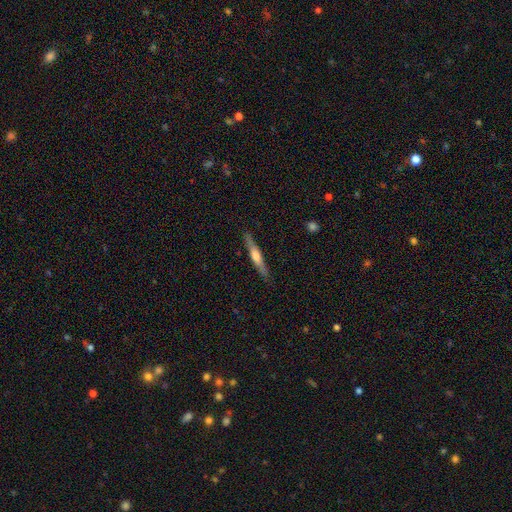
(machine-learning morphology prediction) featured or disk 54%, smooth 41%, star or artifact 5%. Down the decision tree: edge-on disk — yes (95%); edge-on bulge — rounded (73%); merging — none (88%).